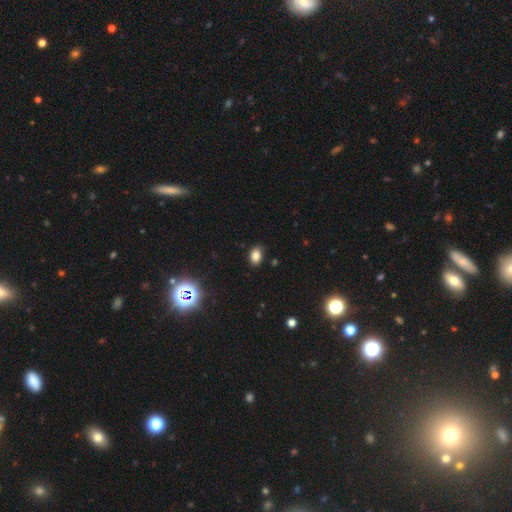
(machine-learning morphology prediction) Overall: smooth (81%). How rounded: in between (78%). Merging: none (80%).